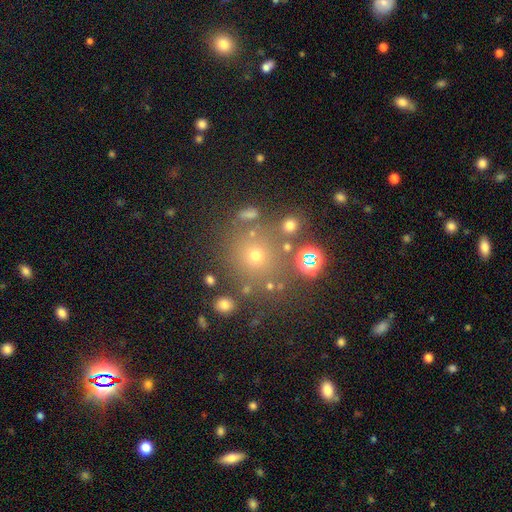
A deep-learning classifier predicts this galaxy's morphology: Smooth or featured: smooth — 50% (star or artifact — 36%)
How rounded: round — 89% (in between — 10%)
Merging: none — 75% (merger — 10%)